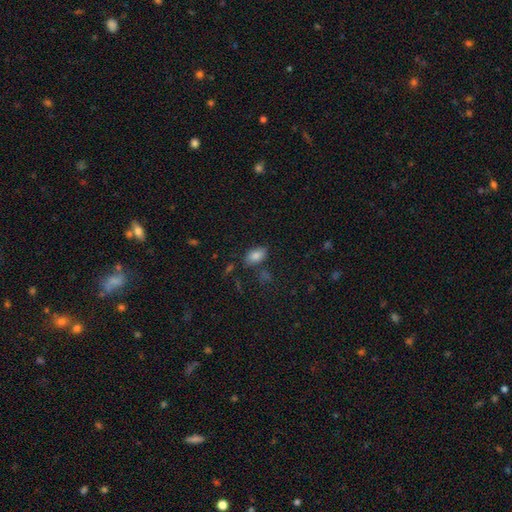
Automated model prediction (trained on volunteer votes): smooth 82%, star or artifact 10%, featured or disk 8%. Down the decision tree: how rounded — in between (91%); merging — none (76%).